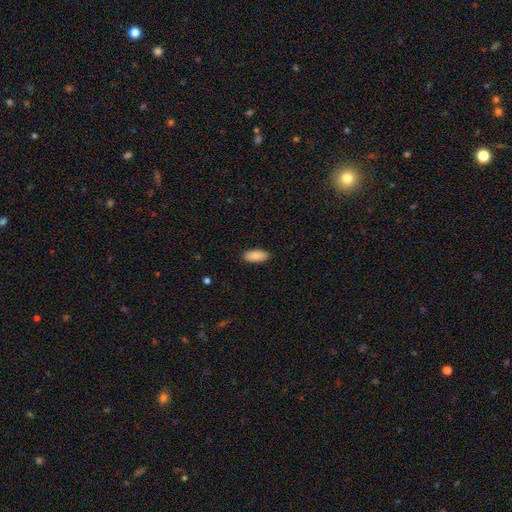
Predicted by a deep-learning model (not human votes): Morphology: type=smooth (87%); roundness=in between (90%); merging=none (89%).